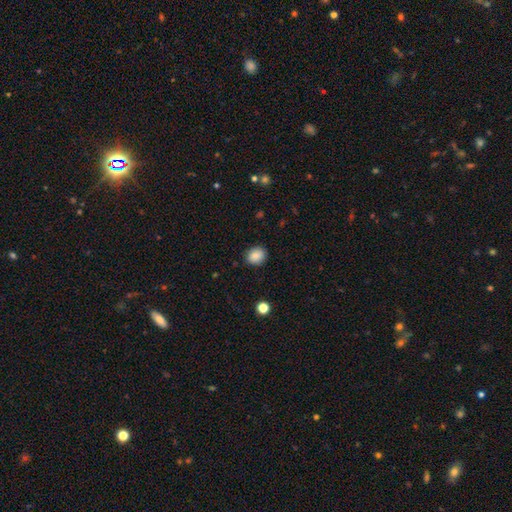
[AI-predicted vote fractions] smooth-or-featured: smooth: 86% | star or artifact: 9% | featured or disk: 6%
  how-rounded: round: 58% | in between: 41% | cigar-shaped: 1%
  merging: none: 87% | minor disturbance: 10% | major disturbance: 2% | merger: 1%